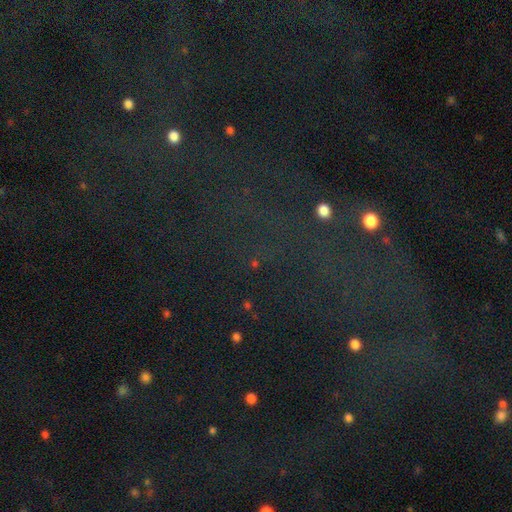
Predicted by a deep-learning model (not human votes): star or artifact 78%, smooth 12%, featured or disk 10%.